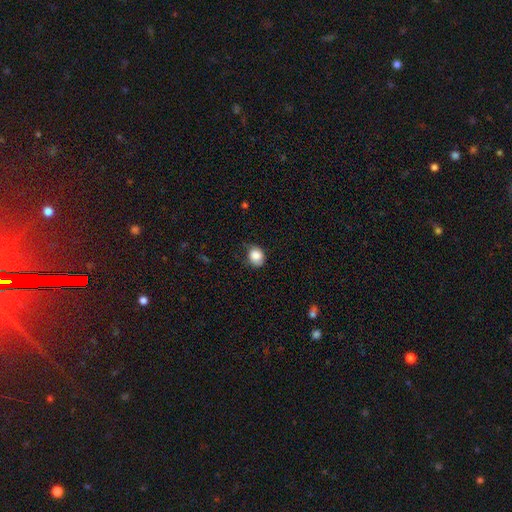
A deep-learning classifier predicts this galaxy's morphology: smooth-or-featured: smooth: 84% | star or artifact: 8% | featured or disk: 8%
  how-rounded: round: 54% | in between: 45% | cigar-shaped: 1%
  merging: none: 61% | minor disturbance: 30% | major disturbance: 8% | merger: 1%